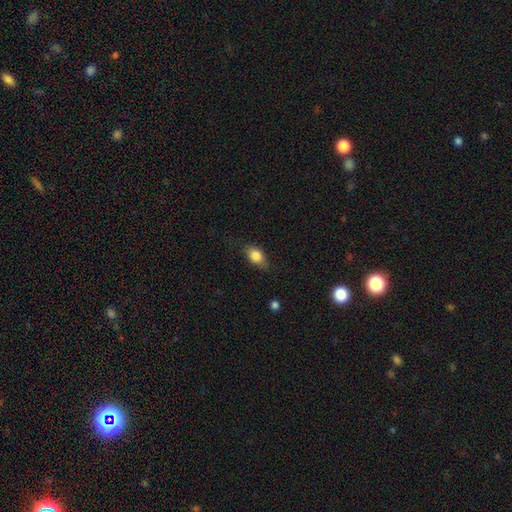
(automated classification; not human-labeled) smooth-or-featured: smooth: 82% | featured or disk: 10% | star or artifact: 8%
  how-rounded: in between: 83% | round: 12% | cigar-shaped: 5%
  merging: none: 73% | minor disturbance: 21% | major disturbance: 5% | merger: 1%